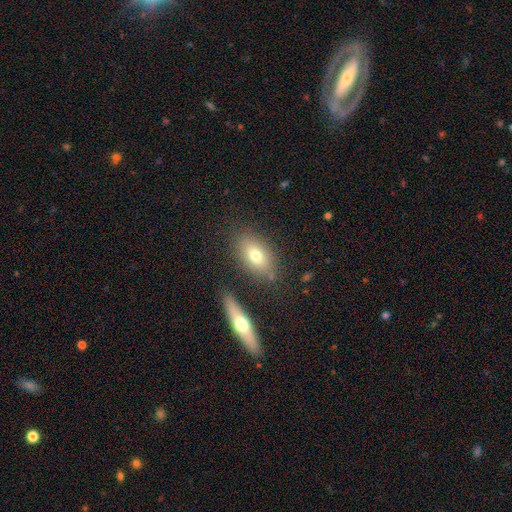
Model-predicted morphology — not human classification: Smooth or featured?
  - smooth: 72% *
  - featured or disk: 19%
  - star or artifact: 8%
How rounded?
  - in between: 85% *
  - round: 8%
  - cigar-shaped: 7%
Merging?
  - none: 77% *
  - minor disturbance: 12%
  - merger: 7%
  - major disturbance: 4%